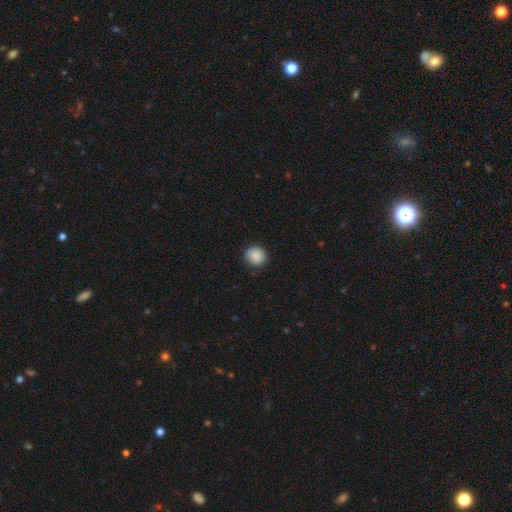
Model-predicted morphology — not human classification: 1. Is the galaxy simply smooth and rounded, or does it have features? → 88% smooth, 8% star or artifact, 4% featured or disk.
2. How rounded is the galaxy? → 85% round, 14% in between, 1% cigar-shaped.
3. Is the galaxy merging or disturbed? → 87% none, 10% minor disturbance, 2% major disturbance, 1% merger.